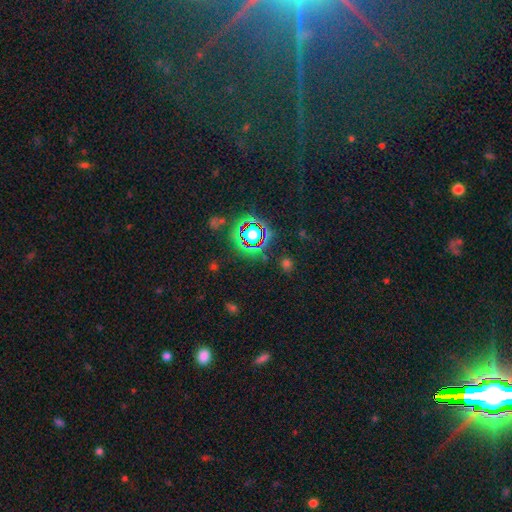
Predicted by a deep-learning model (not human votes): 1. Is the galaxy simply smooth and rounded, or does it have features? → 70% star or artifact, 15% smooth, 14% featured or disk.